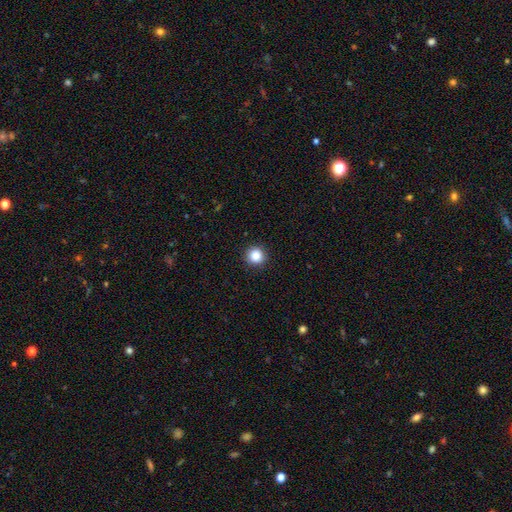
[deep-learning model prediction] This appears to be a smooth galaxy with no disk features (85%) that is round (94%). Merging: none (92%).